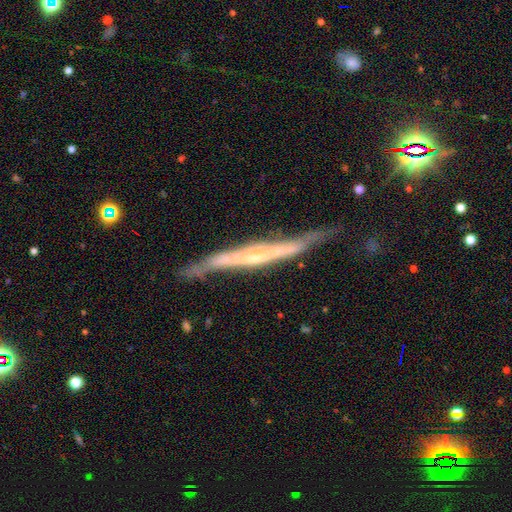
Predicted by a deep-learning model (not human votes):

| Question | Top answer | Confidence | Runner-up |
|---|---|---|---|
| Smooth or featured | featured or disk | 79% | smooth (15%) |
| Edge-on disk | yes | 90% | no (10%) |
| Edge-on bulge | none | 48% | rounded (40%) |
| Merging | none | 65% | minor disturbance (25%) |